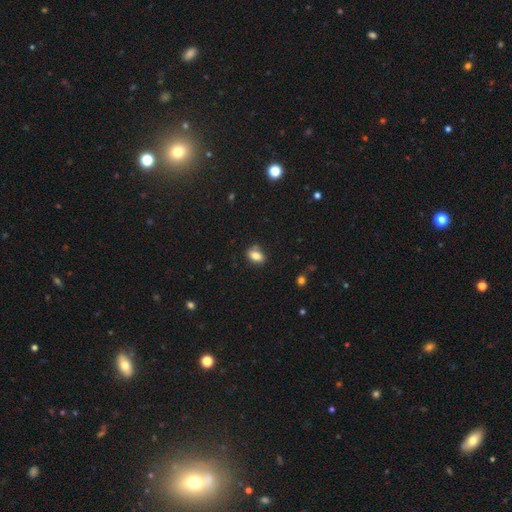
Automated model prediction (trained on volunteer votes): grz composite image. It shows a smooth galaxy with no disk features (81%) that is in between round and cigar-shaped (81%). Merging: none (72%).